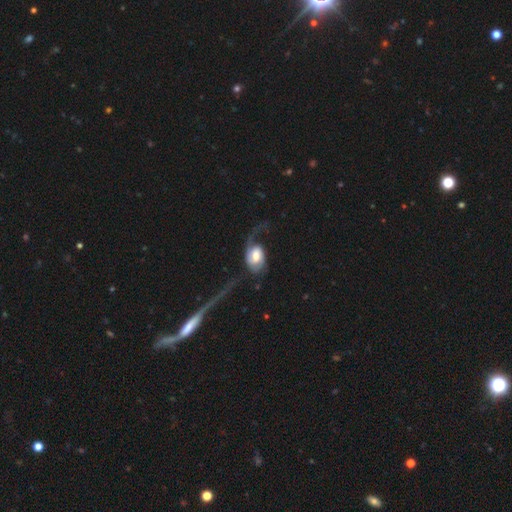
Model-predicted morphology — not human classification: type=featured or disk (70%); edge-on=no (96%); bar=no (54%); spiral arms=yes (89%); winding=loose (64%); arm count=2 (66%); bulge=moderate (47%); merging=major disturbance (48%).